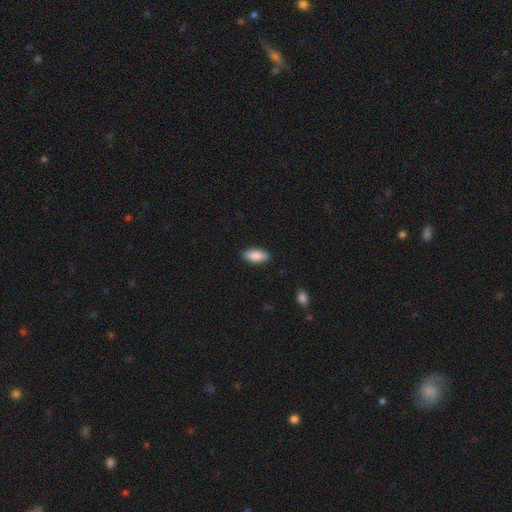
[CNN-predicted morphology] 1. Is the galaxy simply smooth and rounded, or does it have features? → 87% smooth, 7% featured or disk, 6% star or artifact.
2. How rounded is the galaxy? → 87% in between, 11% cigar-shaped, 2% round.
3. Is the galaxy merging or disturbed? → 88% none, 9% minor disturbance, 2% major disturbance, 1% merger.